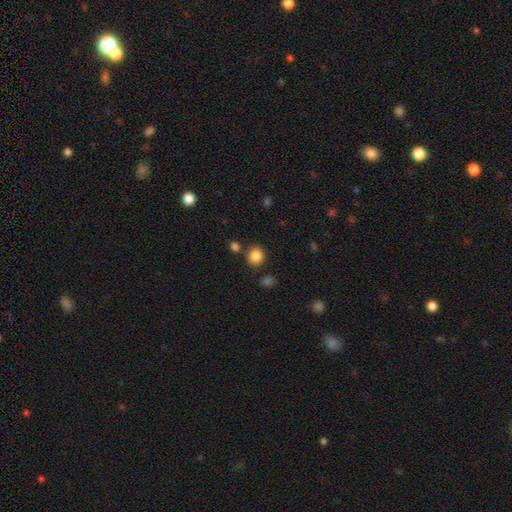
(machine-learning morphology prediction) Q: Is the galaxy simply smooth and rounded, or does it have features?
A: smooth — 84%.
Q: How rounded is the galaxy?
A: round — 86%.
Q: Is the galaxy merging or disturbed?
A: none — 83%.